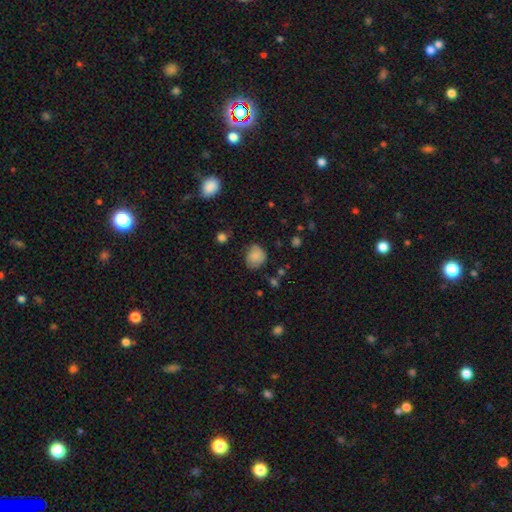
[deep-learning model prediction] smooth-or-featured: smooth: 83% | star or artifact: 9% | featured or disk: 8%
  how-rounded: round: 69% | in between: 30% | cigar-shaped: 1%
  merging: none: 67% | minor disturbance: 25% | major disturbance: 6% | merger: 2%